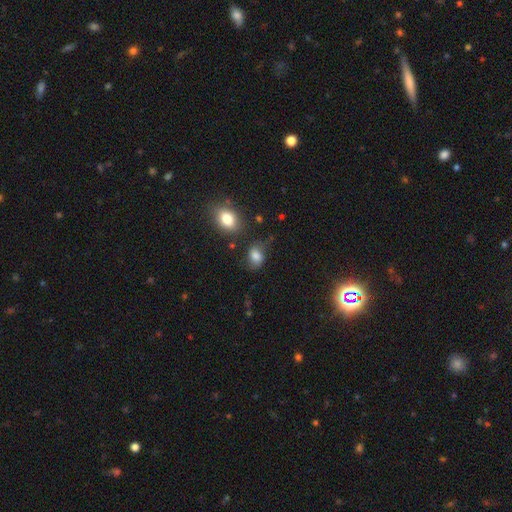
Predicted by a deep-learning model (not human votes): smooth_or_featured: smooth (p=0.77) [alt: featured or disk p=0.12]
how_rounded: in between (p=0.69) [alt: round p=0.29]
merging: none (p=0.57) [alt: minor disturbance p=0.27]